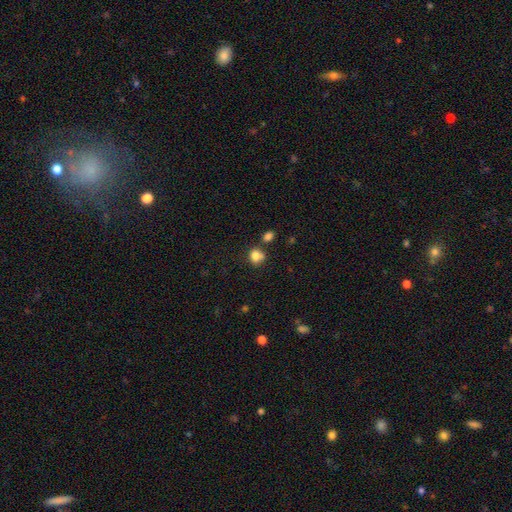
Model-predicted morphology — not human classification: This is clearly a smooth galaxy (82%). How rounded: likely round (66%). Merging: possibly none (51%).